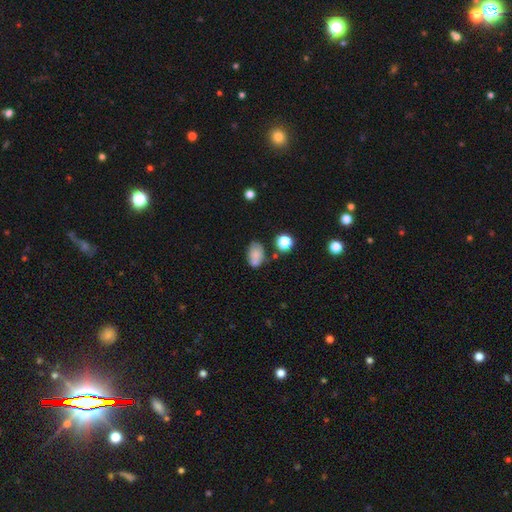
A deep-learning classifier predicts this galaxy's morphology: smooth 71%, featured or disk 18%, star or artifact 11%. Down the decision tree: how rounded — in between (82%); merging — none (45%).